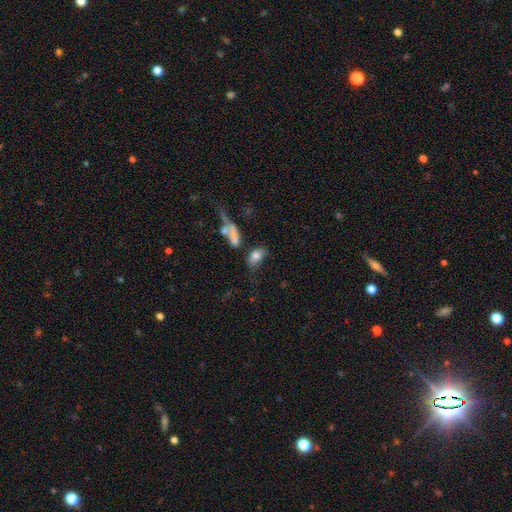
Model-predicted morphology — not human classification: Smooth or featured? smooth (75%)
How rounded? in between (86%)
Merging? none (35%)